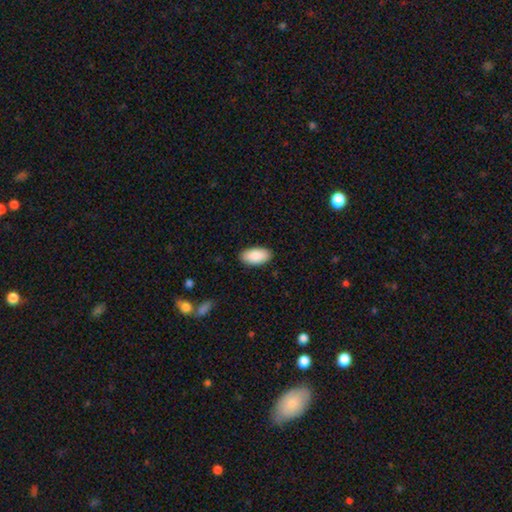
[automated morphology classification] Smooth or featured: smooth — 91% (star or artifact — 6%)
How rounded: in between — 95% (cigar-shaped — 3%)
Merging: none — 89% (minor disturbance — 8%)